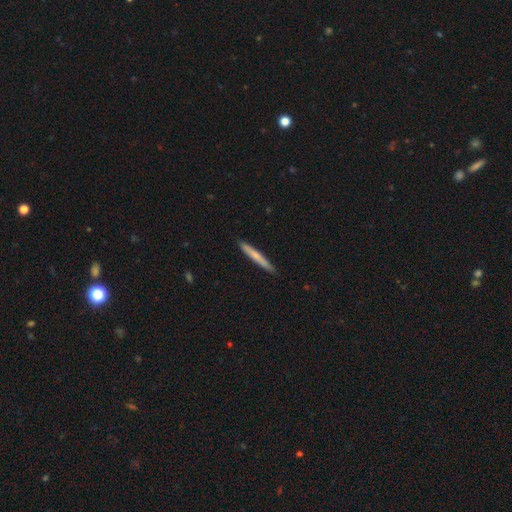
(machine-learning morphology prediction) Smooth or featured? smooth (64%)
How rounded? cigar-shaped (97%)
Merging? none (90%)